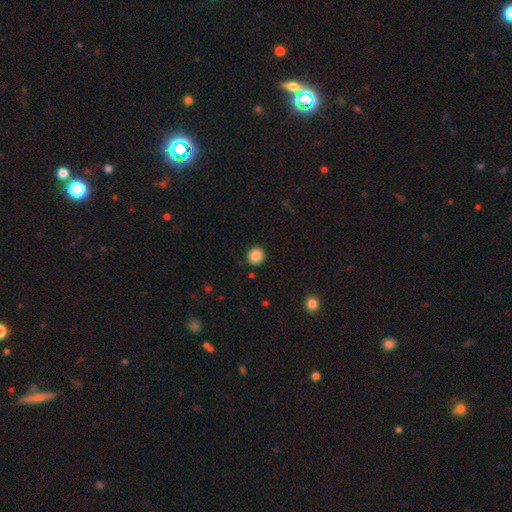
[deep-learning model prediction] Morphology: type=smooth (86%); roundness=round (89%); merging=none (91%).